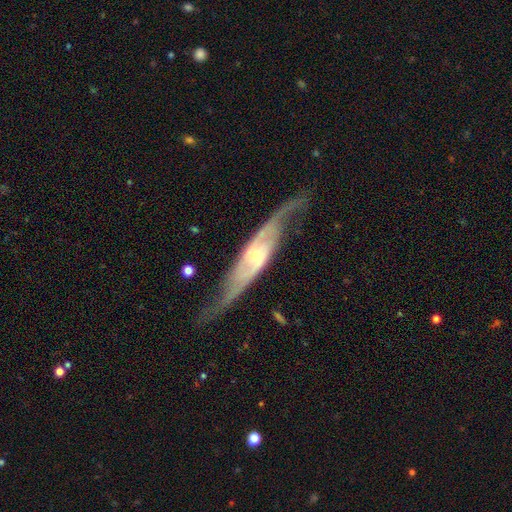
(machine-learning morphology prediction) This appears to be a featured or disk galaxy (87%) with no bar (47%), 2 (89%) loose (45%) spiral arms (95%) and a small central bulge (60%). Merging: none (72%).